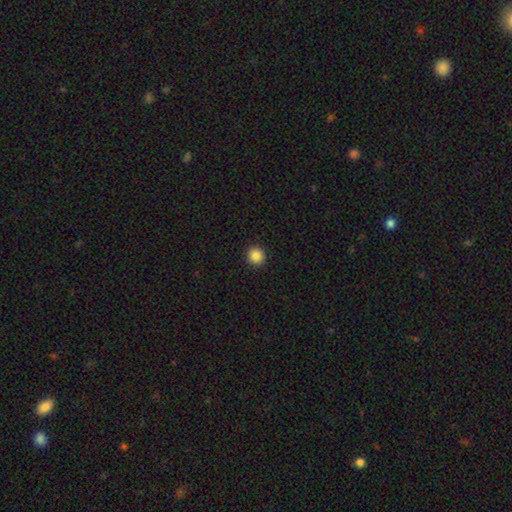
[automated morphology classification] smooth_or_featured: smooth (p=0.87) [alt: star or artifact p=0.10]
how_rounded: round (p=0.94) [alt: in between p=0.05]
merging: none (p=0.93) [alt: minor disturbance p=0.04]